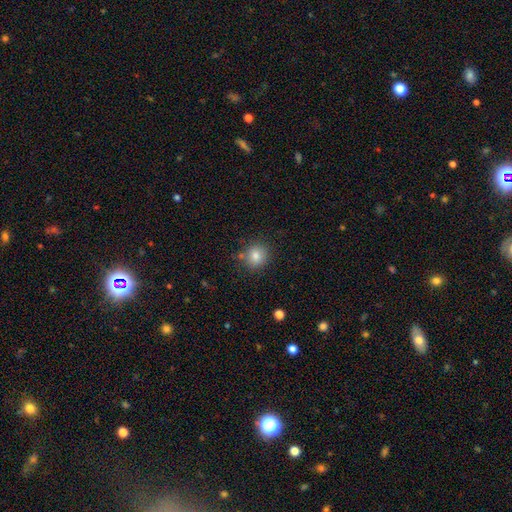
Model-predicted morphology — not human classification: The model was most divided on "merging": none: 81%, minor disturbance: 11%, merger: 5%, major disturbance: 3%. More confident: how rounded — round (86%); smooth or featured — smooth (82%).